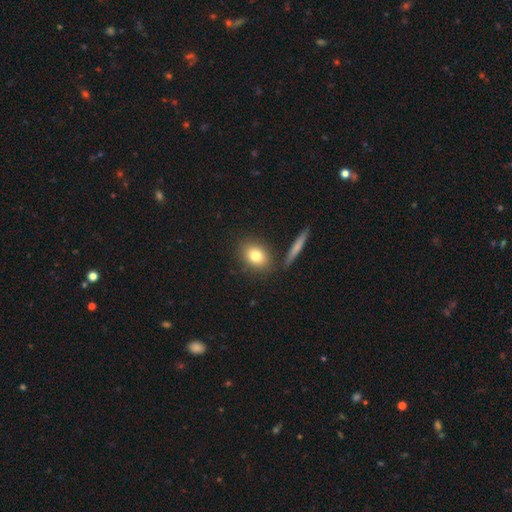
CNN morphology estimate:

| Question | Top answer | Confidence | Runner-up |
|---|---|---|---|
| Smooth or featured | smooth | 79% | featured or disk (12%) |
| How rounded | in between | 50% | round (47%) |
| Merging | none | 81% | minor disturbance (9%) |